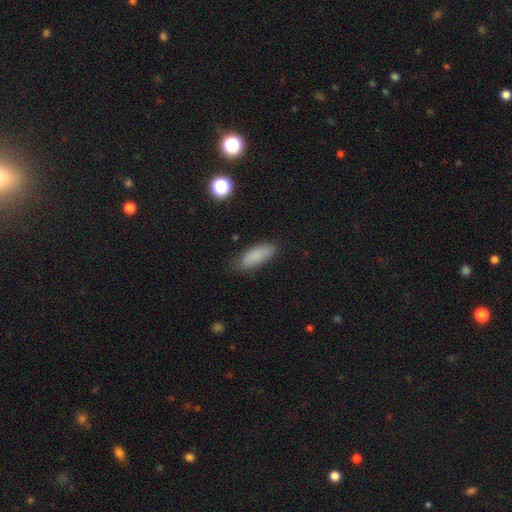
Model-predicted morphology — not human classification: A smooth galaxy with no disk features (86%) that is in between round and cigar-shaped (70%). Merging: none (81%).